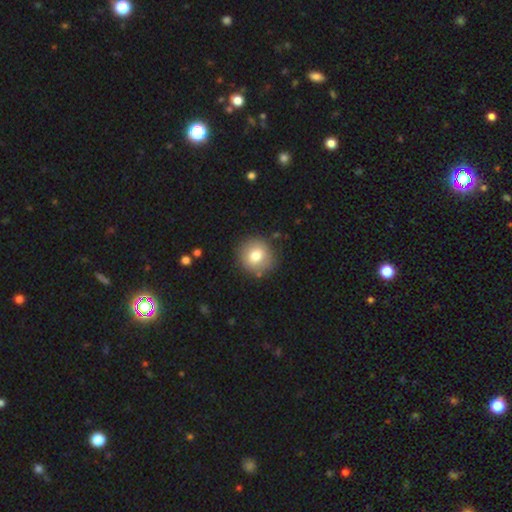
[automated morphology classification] smooth 77%, featured or disk 13%, star or artifact 9%. Down the decision tree: how rounded — round (91%); merging — none (86%).